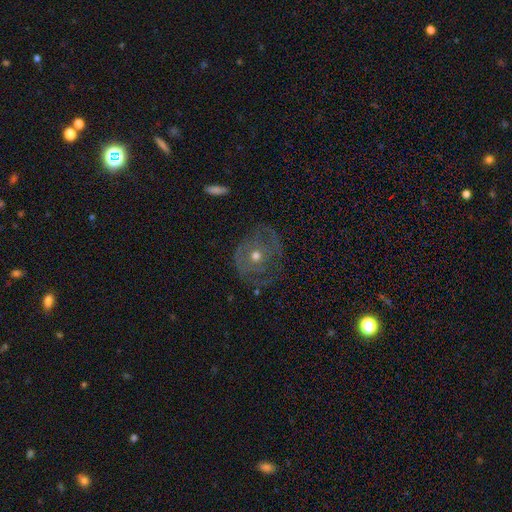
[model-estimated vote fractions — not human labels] Overall: featured or disk (68%). Edge-on disk: no (96%). Bar: no (84%). Spiral arms: yes (58%; no 42%). Bulge size: moderate (61%; small 35%). Merging: none (71%).